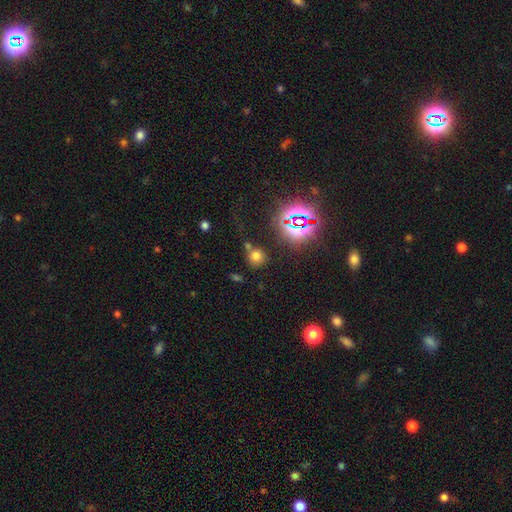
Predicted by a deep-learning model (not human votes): The model was most divided on "smooth or featured": smooth: 64%, star or artifact: 28%, featured or disk: 9%. More confident: how rounded — round (85%); merging — none (71%).